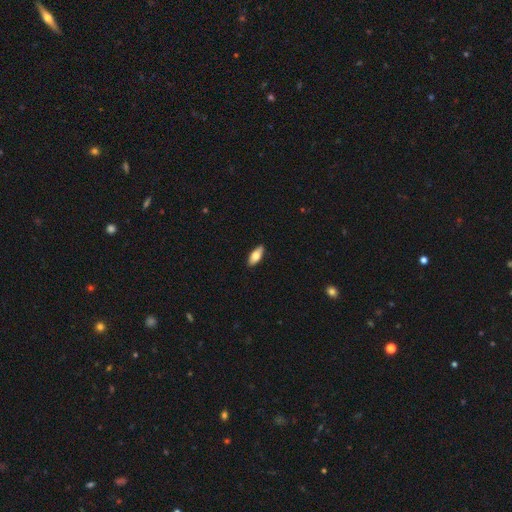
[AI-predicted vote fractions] Q: Smooth or featured?
A: smooth (74%); runner-up: featured or disk (20%)
Q: How rounded?
A: in between (81%); runner-up: cigar-shaped (16%)
Q: Merging?
A: none (87%); runner-up: minor disturbance (10%)